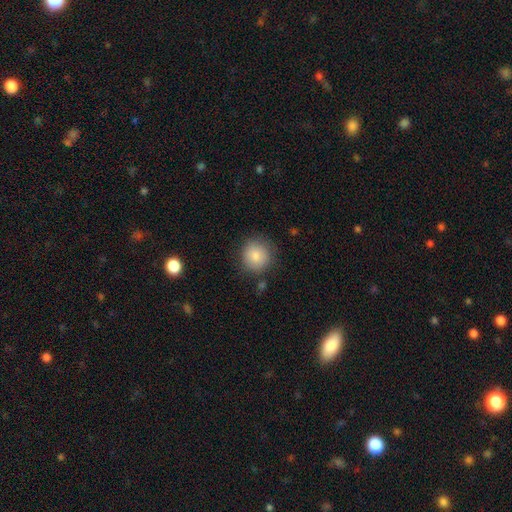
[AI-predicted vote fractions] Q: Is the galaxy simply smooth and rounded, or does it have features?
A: smooth — 85%.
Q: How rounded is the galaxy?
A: round — 91%.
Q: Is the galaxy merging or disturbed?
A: none — 82%.